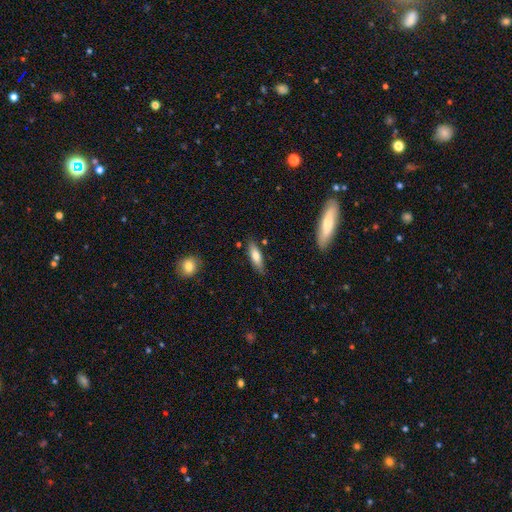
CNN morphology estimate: Smooth or featured? Predicted: smooth (p=0.71). How rounded? Predicted: cigar-shaped (p=0.51). Merging? Predicted: none (p=0.81).